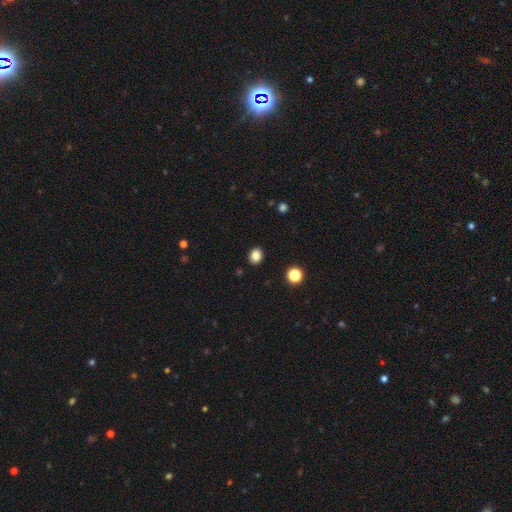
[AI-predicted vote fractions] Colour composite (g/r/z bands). It shows a smooth galaxy with no disk features (84%) that is round (55%). Merging: none (90%).